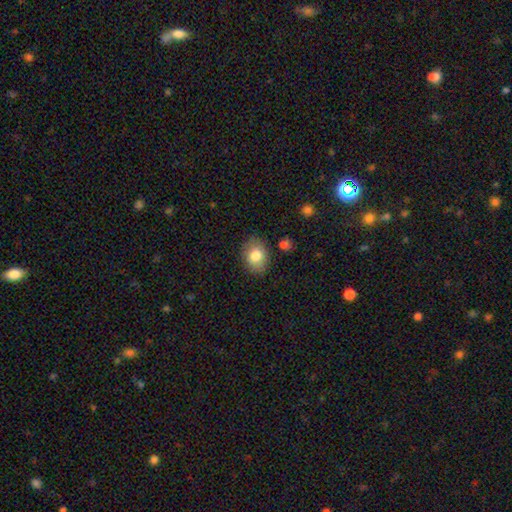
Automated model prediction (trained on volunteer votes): smooth_or_featured: smooth (p=0.80) [alt: featured or disk p=0.11]
how_rounded: in between (p=0.68) [alt: round p=0.31]
merging: none (p=0.84) [alt: minor disturbance p=0.11]